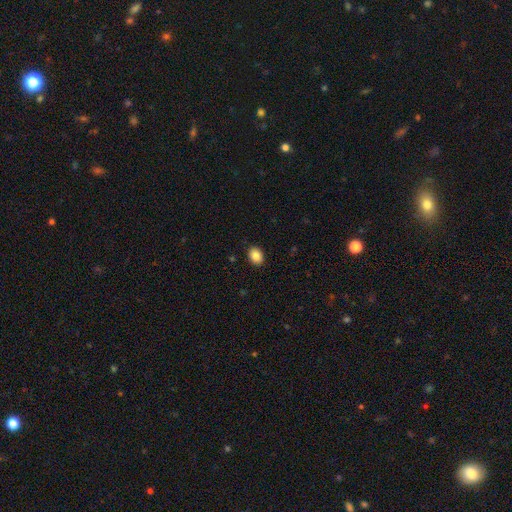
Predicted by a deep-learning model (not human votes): Q: Smooth or featured?
A: smooth (86%); runner-up: star or artifact (9%)
Q: How rounded?
A: in between (65%); runner-up: round (34%)
Q: Merging?
A: none (90%); runner-up: minor disturbance (7%)